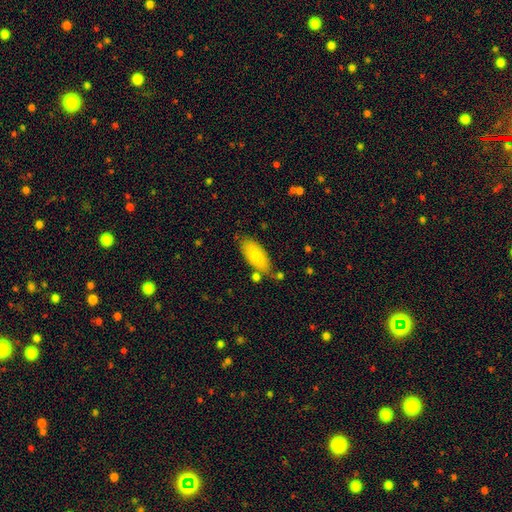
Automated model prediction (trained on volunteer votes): Smooth or featured: smooth — 77% (featured or disk — 16%)
How rounded: in between — 88% (cigar-shaped — 10%)
Merging: none — 71% (minor disturbance — 18%)